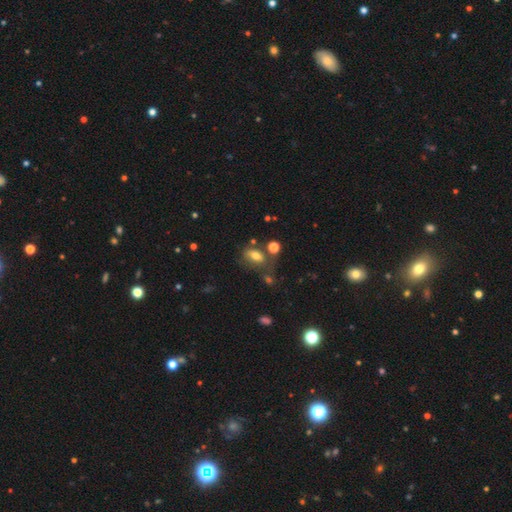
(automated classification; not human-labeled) Smooth or featured? smooth (70%)
How rounded? in between (82%)
Merging? none (50%)